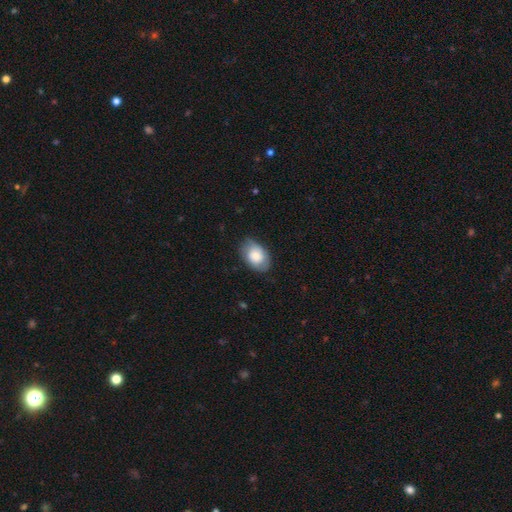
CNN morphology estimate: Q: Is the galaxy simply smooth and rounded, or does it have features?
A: smooth — 74%.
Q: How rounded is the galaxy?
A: in between — 88%.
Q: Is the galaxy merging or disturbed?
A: none — 75%.